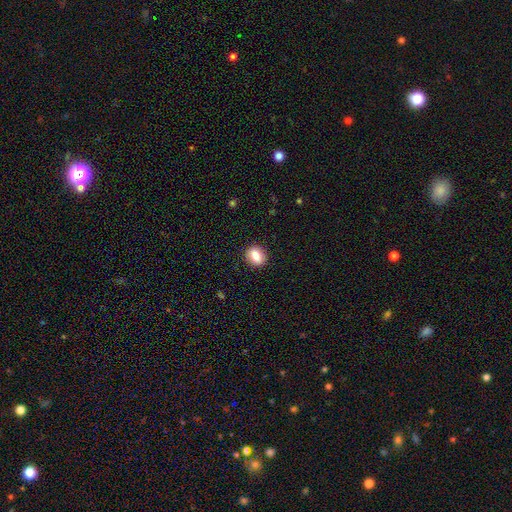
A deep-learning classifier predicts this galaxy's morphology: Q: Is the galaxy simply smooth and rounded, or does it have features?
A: smooth — 78%.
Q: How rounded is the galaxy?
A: round — 62%.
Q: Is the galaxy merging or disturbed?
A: none — 89%.